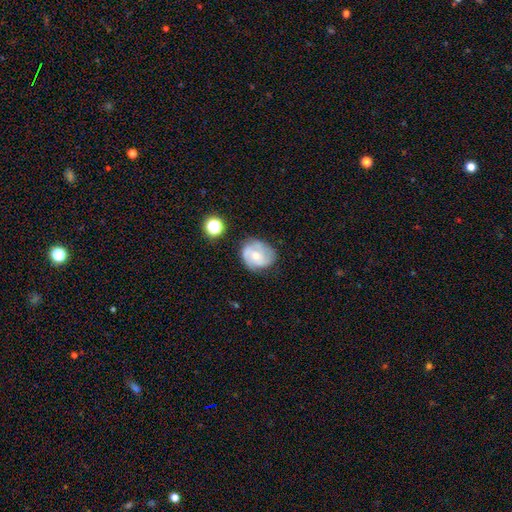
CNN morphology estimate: Overall: featured or disk (58%; smooth 34%). Edge-on disk: no (97%). Bar: no (58%; weak 35%). Spiral arms: yes (82%). Bulge size: moderate (48%; small 45%). Merging: none (64%; minor disturbance 25%).